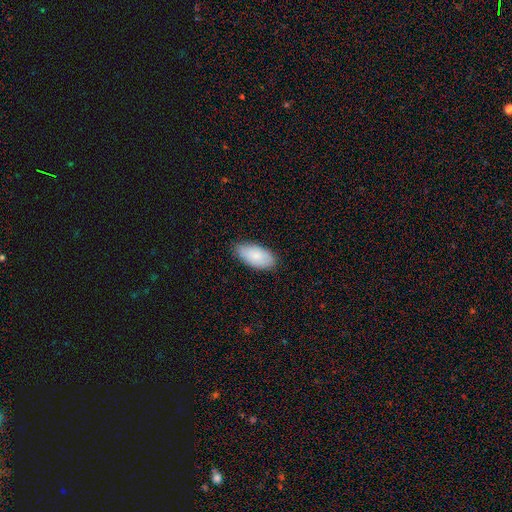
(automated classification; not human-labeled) Q: Smooth or featured?
A: smooth (84%); runner-up: featured or disk (10%)
Q: How rounded?
A: in between (94%); runner-up: cigar-shaped (4%)
Q: Merging?
A: none (82%); runner-up: minor disturbance (15%)